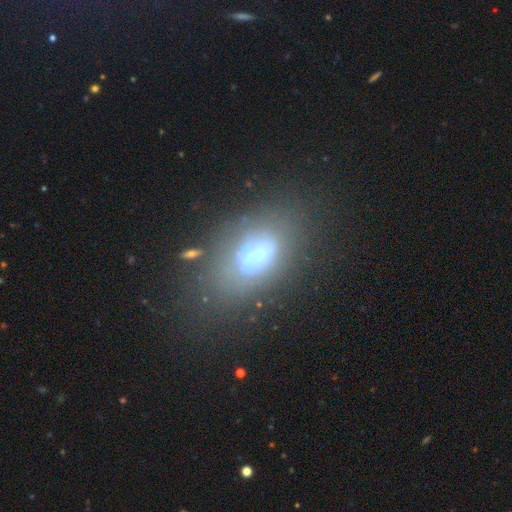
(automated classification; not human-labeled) Smooth or featured? Predicted: smooth (p=0.48). Merging? Predicted: none (p=0.51).